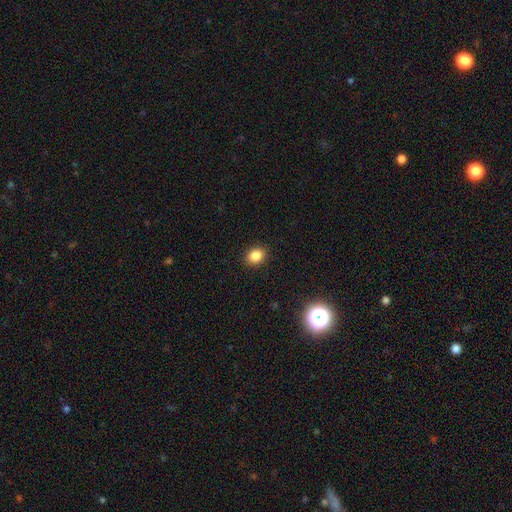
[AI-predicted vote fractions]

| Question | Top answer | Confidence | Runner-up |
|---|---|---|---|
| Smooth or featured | smooth | 85% | star or artifact (10%) |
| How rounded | in between | 52% | round (47%) |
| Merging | none | 90% | minor disturbance (7%) |